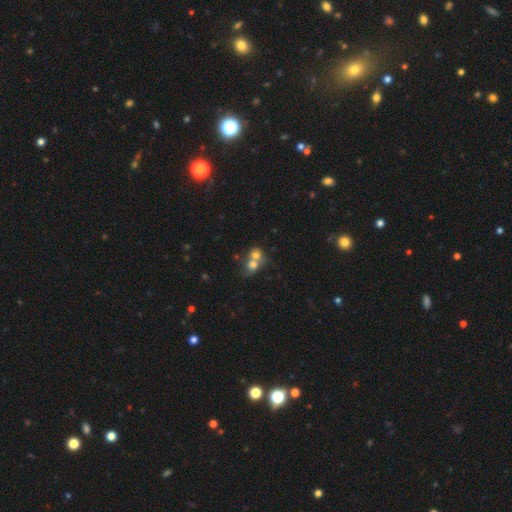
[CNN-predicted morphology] Q: Smooth or featured?
A: smooth (71%); runner-up: featured or disk (18%)
Q: How rounded?
A: round (69%); runner-up: in between (30%)
Q: Merging?
A: merger (69%); runner-up: none (22%)